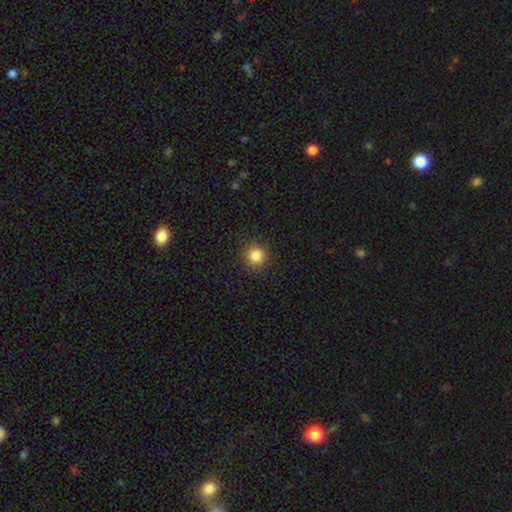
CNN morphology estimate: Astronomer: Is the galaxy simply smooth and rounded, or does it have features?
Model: smooth — 84%.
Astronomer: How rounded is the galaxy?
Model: round — 94%.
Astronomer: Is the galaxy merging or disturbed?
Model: none — 92%.